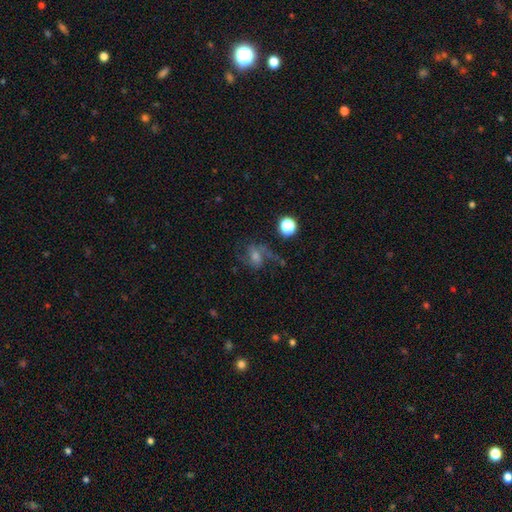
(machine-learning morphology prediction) smooth_or_featured: featured or disk (p=0.52) [alt: smooth p=0.32]
disk_edge_on: no (p=0.97) [alt: yes p=0.03]
merging: none (p=0.47) [alt: major disturbance p=0.28]